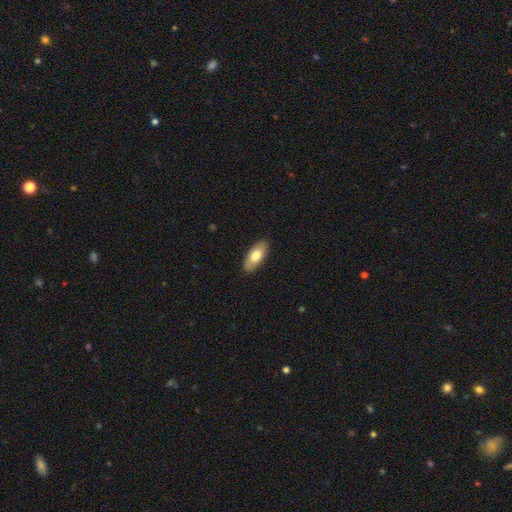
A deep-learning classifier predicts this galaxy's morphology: smooth 72%, featured or disk 22%, star or artifact 6%. Down the decision tree: how rounded — in between (86%); merging — none (87%).